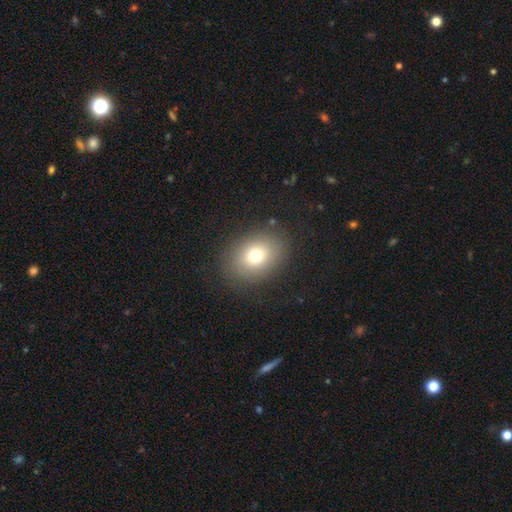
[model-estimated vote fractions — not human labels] Smooth or featured? Predicted: smooth (p=0.74). How rounded? Predicted: in between (p=0.58). Merging? Predicted: none (p=0.85).